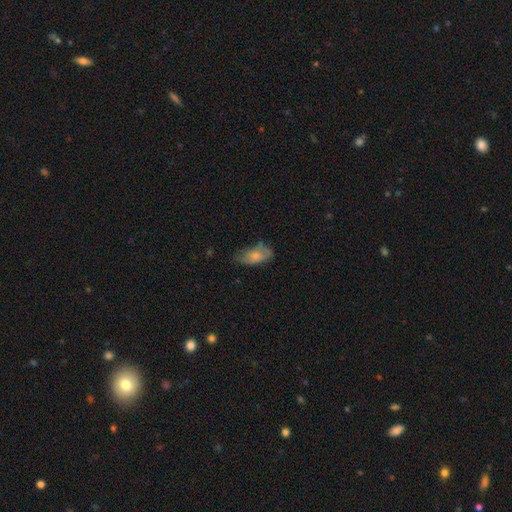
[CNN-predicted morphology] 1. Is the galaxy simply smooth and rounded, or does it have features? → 66% smooth, 26% featured or disk, 7% star or artifact.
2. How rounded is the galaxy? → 90% in between, 7% cigar-shaped, 4% round.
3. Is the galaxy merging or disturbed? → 49% none, 34% minor disturbance, 14% major disturbance, 3% merger.